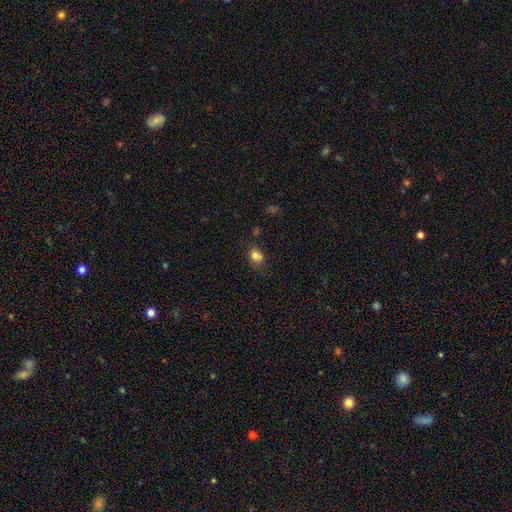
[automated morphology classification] A smooth galaxy with no disk features (80%) that is round (57%).

Vote fractions:
- Smooth or featured? smooth: 80% / star or artifact: 13% / featured or disk: 7%
- How rounded? round: 57% / in between: 42% / cigar-shaped: 1%
- Merging? none: 60% / minor disturbance: 23% / merger: 11% / major disturbance: 7%